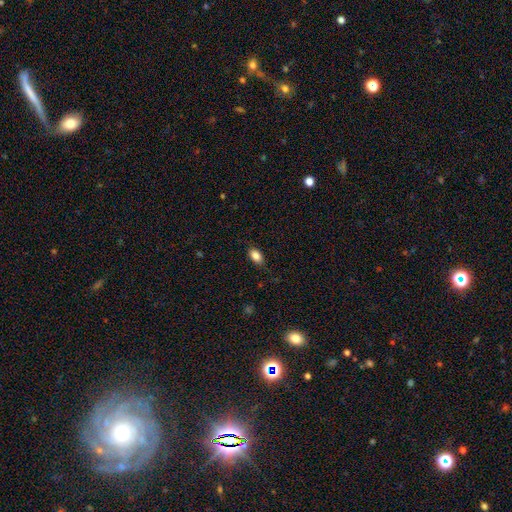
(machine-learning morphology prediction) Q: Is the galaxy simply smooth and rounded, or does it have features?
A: smooth — 85%.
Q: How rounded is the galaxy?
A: in between — 88%.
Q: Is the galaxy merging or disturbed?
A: none — 83%.